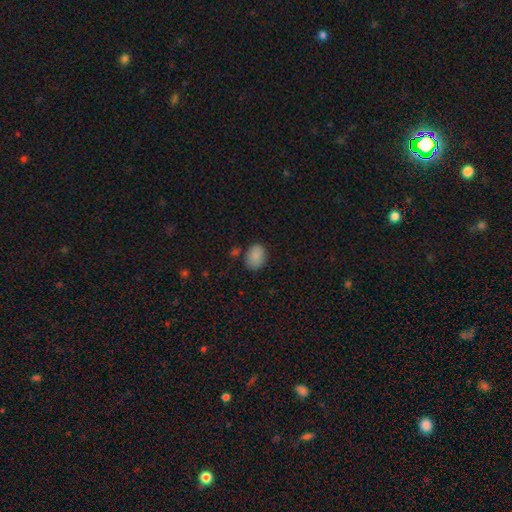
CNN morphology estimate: type=smooth (87%); roundness=in between (70%); merging=none (75%).